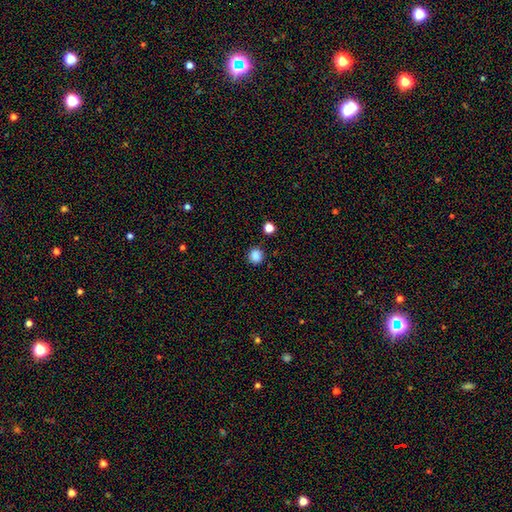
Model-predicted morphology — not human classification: smooth_or_featured: smooth (p=0.86) [alt: star or artifact p=0.11]
how_rounded: round (p=0.91) [alt: in between p=0.08]
merging: none (p=0.88) [alt: minor disturbance p=0.07]